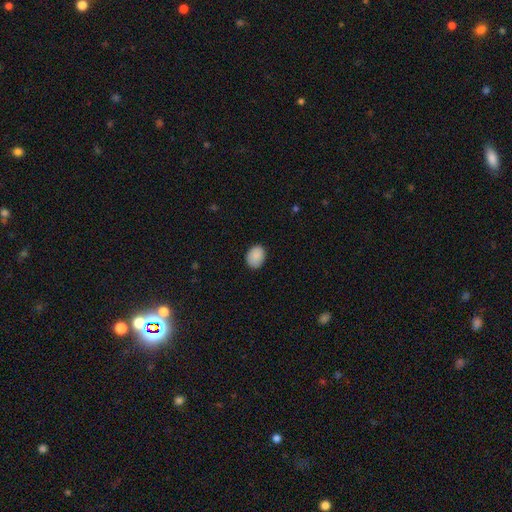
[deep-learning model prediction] This appears to be a smooth galaxy with no disk features (89%) that is in between round and cigar-shaped (63%). Merging: none (83%).